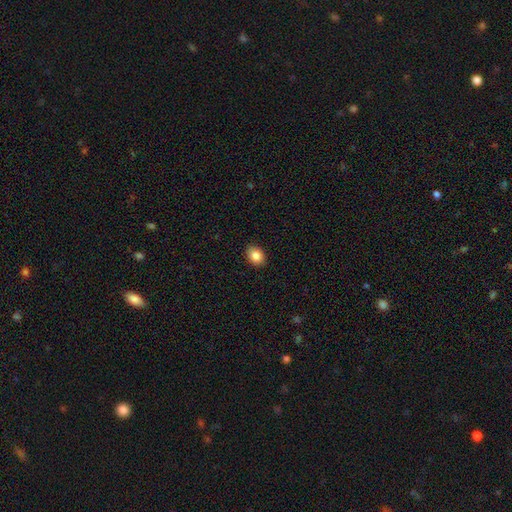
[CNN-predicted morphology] This appears to be a smooth galaxy with no disk features (86%) that is in between round and cigar-shaped (63%). Merging: none (90%).